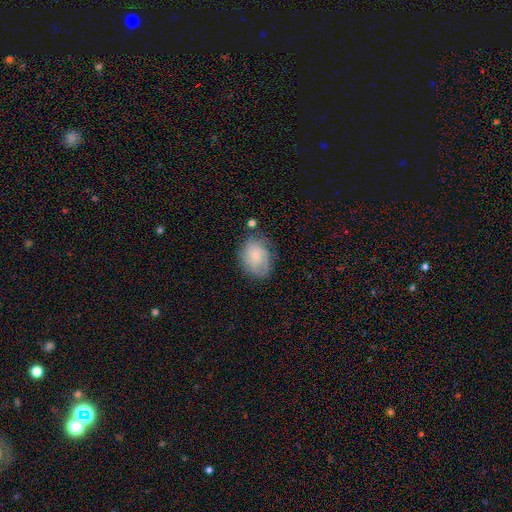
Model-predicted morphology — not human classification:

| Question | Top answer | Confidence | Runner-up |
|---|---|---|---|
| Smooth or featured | smooth | 47% | featured or disk (44%) |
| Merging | none | 68% | minor disturbance (21%) |